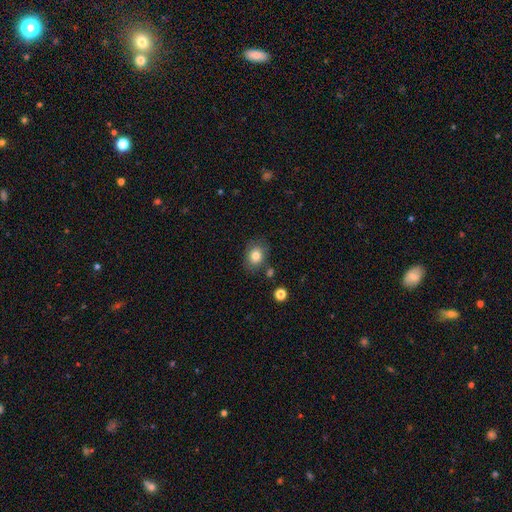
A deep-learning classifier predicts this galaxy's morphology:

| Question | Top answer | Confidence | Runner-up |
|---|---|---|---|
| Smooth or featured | smooth | 80% | star or artifact (10%) |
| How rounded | in between | 51% | round (48%) |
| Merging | none | 76% | minor disturbance (15%) |